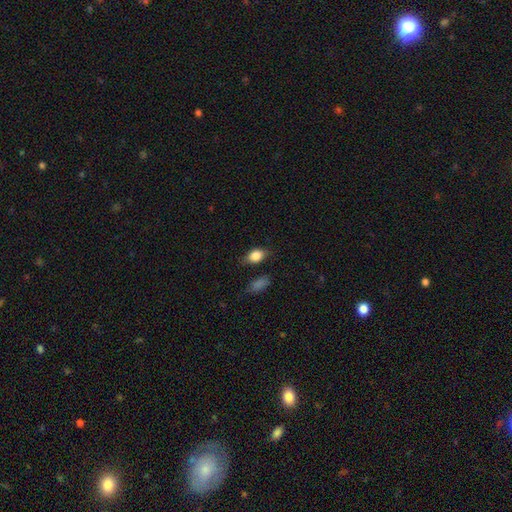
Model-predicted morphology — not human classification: Smooth or featured? smooth (82%)
How rounded? in between (78%)
Merging? none (72%)